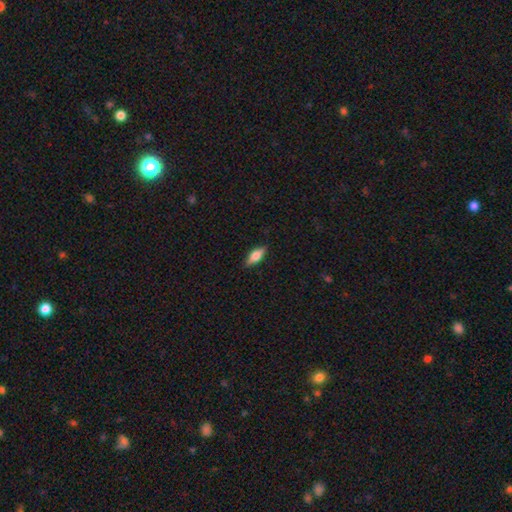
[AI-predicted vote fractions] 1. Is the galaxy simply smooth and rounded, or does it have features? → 71% smooth, 22% featured or disk, 7% star or artifact.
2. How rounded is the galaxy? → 71% in between, 26% cigar-shaped, 3% round.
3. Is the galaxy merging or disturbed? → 87% none, 10% minor disturbance, 2% major disturbance, 1% merger.